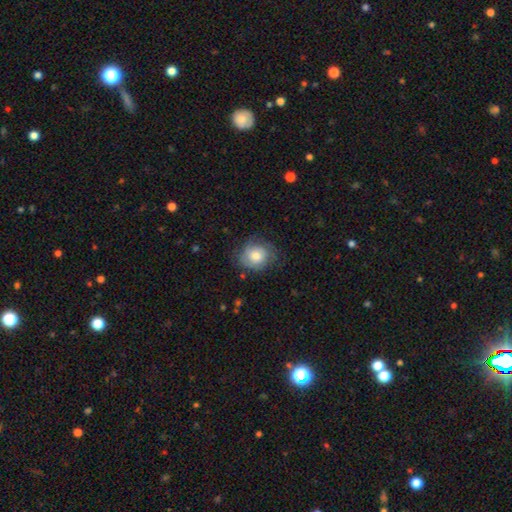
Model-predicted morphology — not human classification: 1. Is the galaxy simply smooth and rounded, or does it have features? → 61% smooth, 31% featured or disk, 7% star or artifact.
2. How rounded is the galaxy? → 64% round, 35% in between, 1% cigar-shaped.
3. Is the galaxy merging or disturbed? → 63% none, 25% minor disturbance, 11% major disturbance, 1% merger.